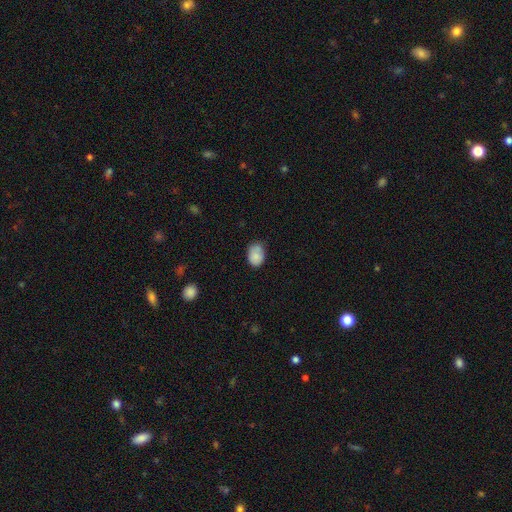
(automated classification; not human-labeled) smooth_or_featured: smooth (p=0.83) [alt: featured or disk p=0.09]
how_rounded: in between (p=0.72) [alt: round p=0.27]
merging: none (p=0.57) [alt: minor disturbance p=0.33]